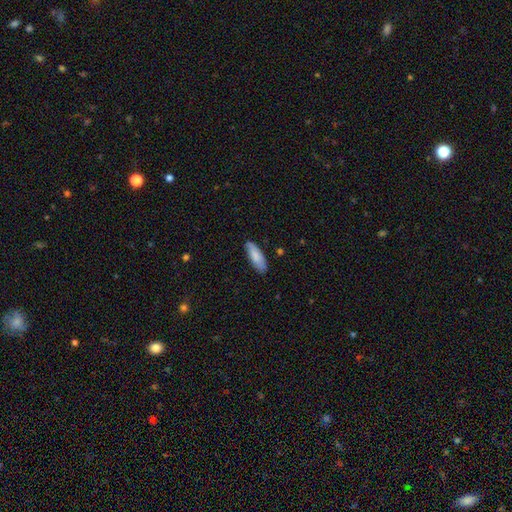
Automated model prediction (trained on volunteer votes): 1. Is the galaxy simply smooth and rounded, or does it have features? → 85% smooth, 10% featured or disk, 5% star or artifact.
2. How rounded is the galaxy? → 62% in between, 36% cigar-shaped, 1% round.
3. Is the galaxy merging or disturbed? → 83% none, 13% minor disturbance, 2% major disturbance, 1% merger.